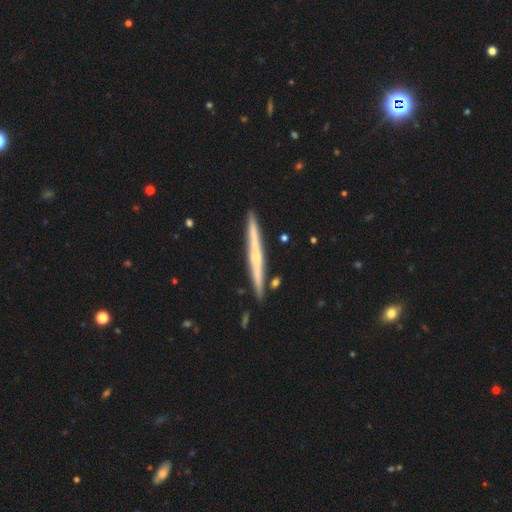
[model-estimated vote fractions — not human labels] Smooth or featured? featured or disk (69%)
Edge-on disk? yes (98%)
Edge-on bulge? rounded (51%)
Merging? none (90%)